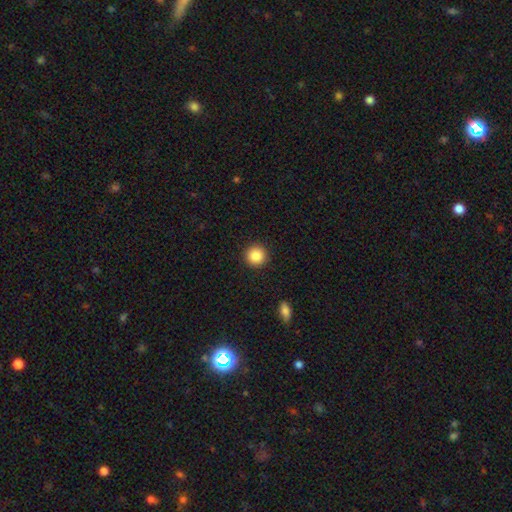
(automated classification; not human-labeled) A smooth galaxy with no disk features (87%) that is round (95%).

Vote fractions:
- Smooth or featured? smooth: 87% / star or artifact: 9% / featured or disk: 3%
- How rounded? round: 95% / in between: 4% / cigar-shaped: 1%
- Merging? none: 92% / minor disturbance: 5% / major disturbance: 2% / merger: 1%